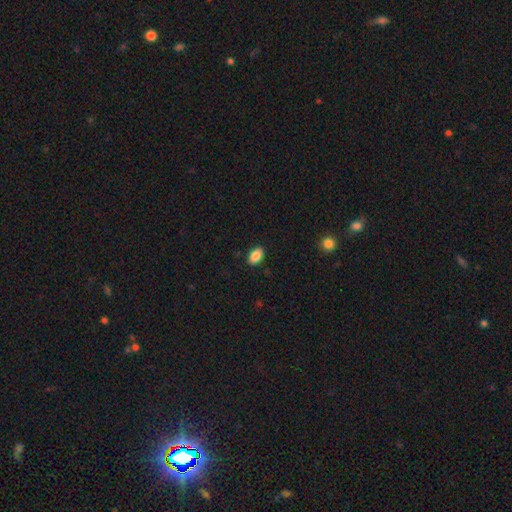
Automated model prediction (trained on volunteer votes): smooth-or-featured: smooth: 88% | star or artifact: 8% | featured or disk: 4%
  how-rounded: in between: 91% | round: 8% | cigar-shaped: 1%
  merging: none: 89% | minor disturbance: 9% | major disturbance: 2% | merger: 1%